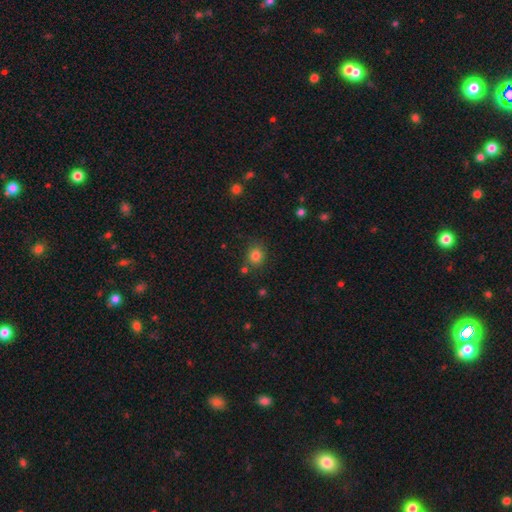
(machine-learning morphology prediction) This is clearly a smooth galaxy (81%). How rounded: likely round (79%). Merging: clearly none (81%).